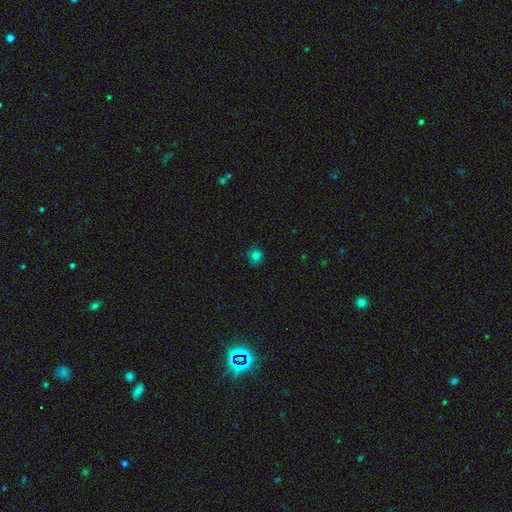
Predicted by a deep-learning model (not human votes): The model was most divided on "smooth or featured": smooth: 78%, star or artifact: 16%, featured or disk: 6%. More confident: how rounded — round (83%); merging — none (80%).